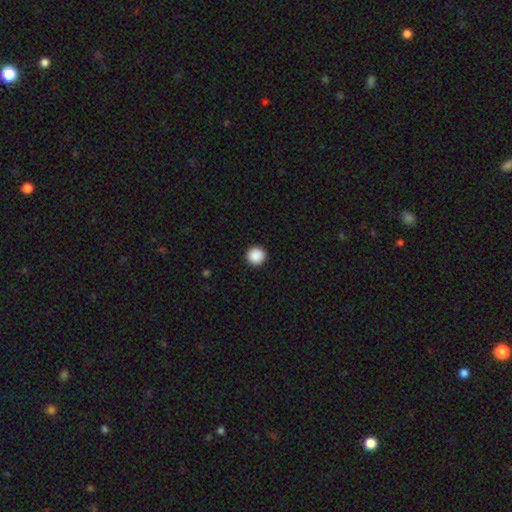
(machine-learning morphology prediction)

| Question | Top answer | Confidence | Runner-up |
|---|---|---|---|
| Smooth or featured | smooth | 89% | star or artifact (8%) |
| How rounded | round | 96% | in between (3%) |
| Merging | none | 94% | minor disturbance (4%) |